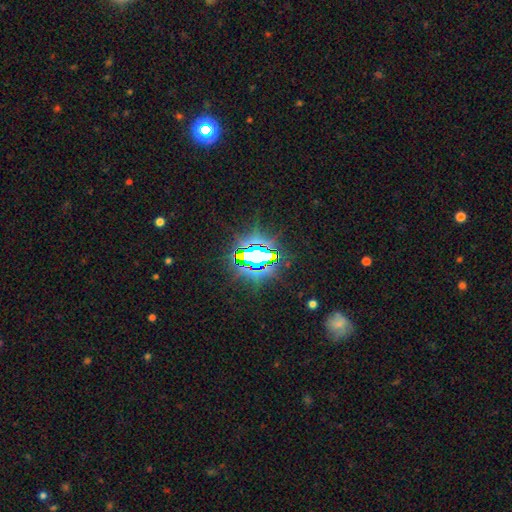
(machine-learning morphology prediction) type=star or artifact (79%).